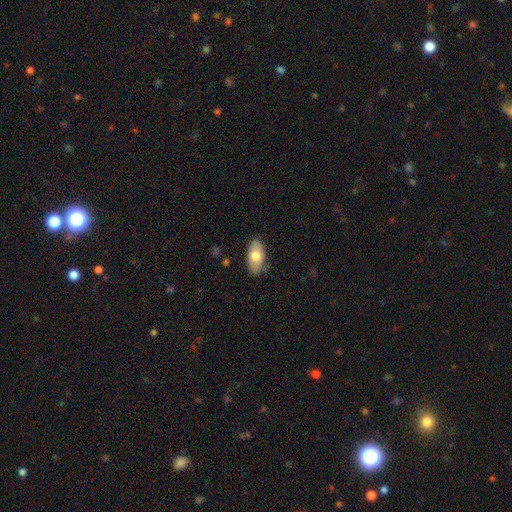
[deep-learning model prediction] A smooth galaxy with no disk features (72%) that is in between round and cigar-shaped (92%).

Vote fractions:
- Smooth or featured? smooth: 72% / featured or disk: 22% / star or artifact: 6%
- How rounded? in between: 92% / cigar-shaped: 5% / round: 3%
- Merging? none: 79% / minor disturbance: 16% / major disturbance: 3% / merger: 1%